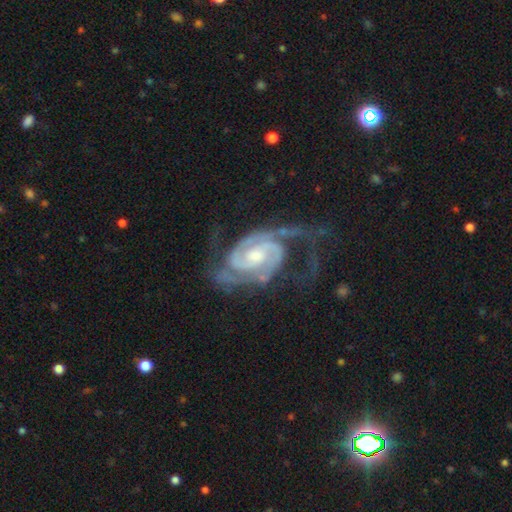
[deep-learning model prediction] Morphology: type=featured or disk (93%); edge-on=no (98%); bar=no (44%); spiral arms=yes (98%); winding=tight (55%); arm count=2 (76%); bulge=moderate (51%); merging=none (53%).